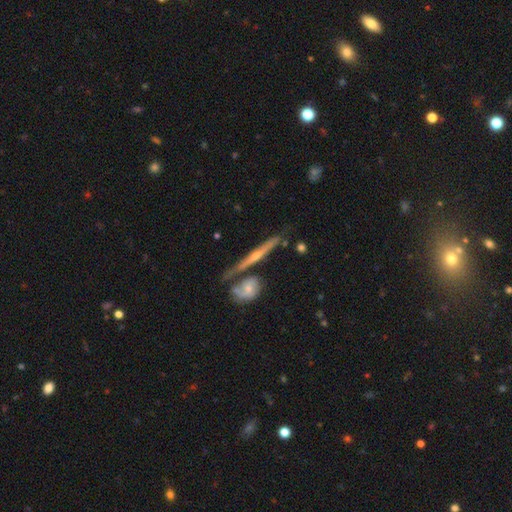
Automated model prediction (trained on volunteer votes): Overall: featured or disk (76%). Edge-on disk: yes (94%). Edge-on bulge: rounded (76%). Merging: none (67%).